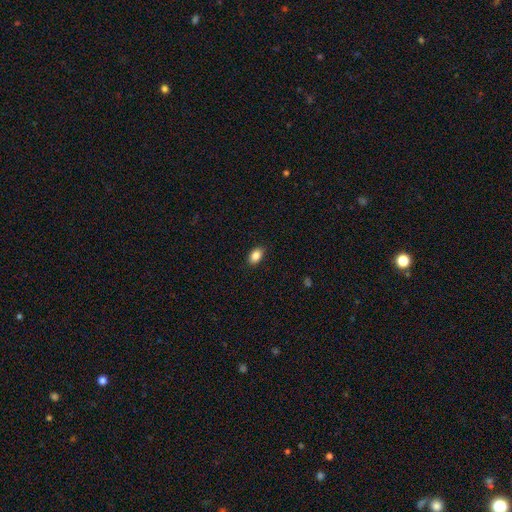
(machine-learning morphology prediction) A smooth galaxy with no disk features (87%) that is in between round and cigar-shaped (88%).

Vote fractions:
- Smooth or featured? smooth: 87% / star or artifact: 8% / featured or disk: 5%
- How rounded? in between: 88% / round: 10% / cigar-shaped: 2%
- Merging? none: 89% / minor disturbance: 8% / major disturbance: 2% / merger: 1%